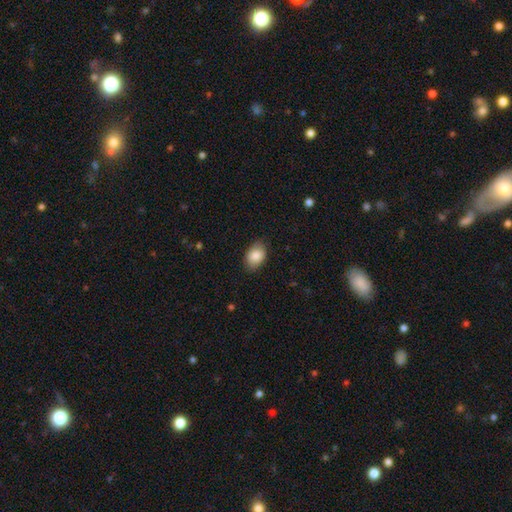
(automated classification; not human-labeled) Smooth or featured? smooth (86%)
How rounded? in between (83%)
Merging? none (83%)